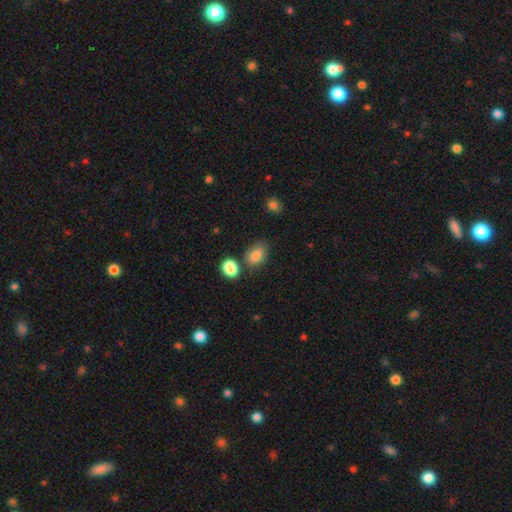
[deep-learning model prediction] smooth_or_featured: smooth (p=0.83) [alt: star or artifact p=0.10]
how_rounded: in between (p=0.81) [alt: round p=0.18]
merging: none (p=0.67) [alt: minor disturbance p=0.17]